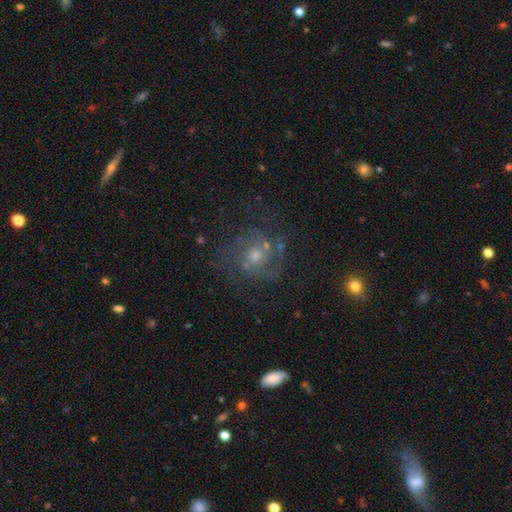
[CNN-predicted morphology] A featured or disk galaxy (69%) with no bar (72%), 2 (42%) medium (45%) spiral arms (85%) and a moderate central bulge (59%).

Vote fractions:
- Smooth or featured? featured or disk: 69% / smooth: 19% / star or artifact: 12%
- Edge-on disk? no: 98% / yes: 2%
- Bar? no: 72% / weak: 24% / strong: 4%
- Spiral arms? yes: 85% / no: 15%
- Spiral winding? medium: 45% / tight: 39% / loose: 15%
- Spiral arm count? 2: 42% / can't tell: 30% / 3: 14% / 1: 6% / 4: 5% / more than 4: 4%
- Bulge size? moderate: 59% / small: 30% / large: 6% / none: 3% / dominant: 1%
- Merging? none: 63% / minor disturbance: 18% / major disturbance: 15% / merger: 4%